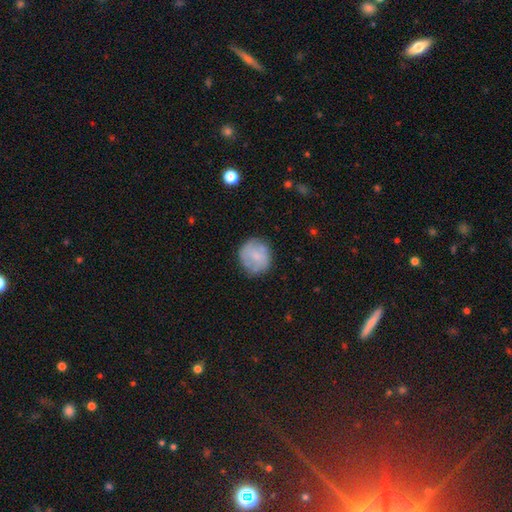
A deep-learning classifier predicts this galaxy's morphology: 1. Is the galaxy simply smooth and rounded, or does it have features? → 64% smooth, 29% featured or disk, 7% star or artifact.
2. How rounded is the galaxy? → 88% round, 12% in between, 1% cigar-shaped.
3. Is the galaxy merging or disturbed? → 74% none, 18% minor disturbance, 6% major disturbance, 2% merger.